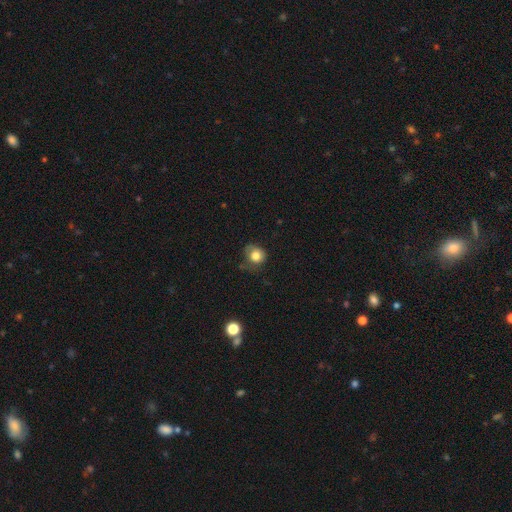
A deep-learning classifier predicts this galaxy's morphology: smooth 79%, featured or disk 11%, star or artifact 10%. Down the decision tree: how rounded — round (81%); merging — none (56%).